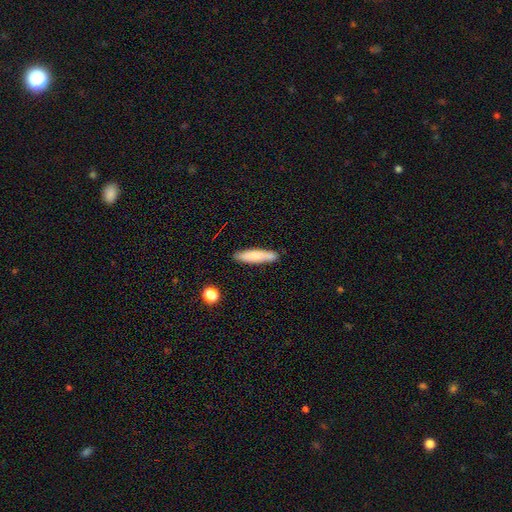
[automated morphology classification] The model was most divided on "smooth or featured": smooth: 76%, featured or disk: 18%, star or artifact: 7%. More confident: merging — none (84%); how rounded — cigar-shaped (79%).